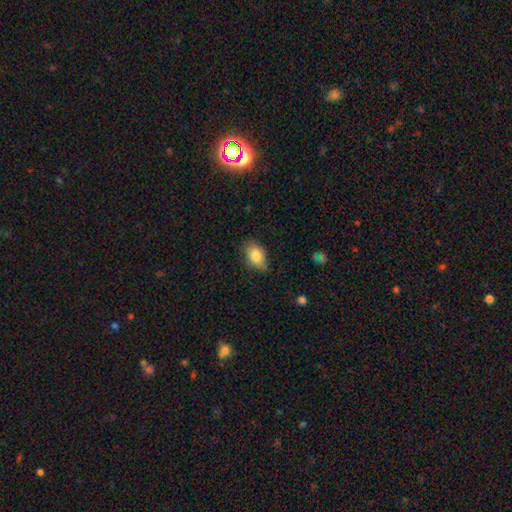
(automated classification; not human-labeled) Smooth or featured: smooth — 83% (featured or disk — 10%)
How rounded: in between — 87% (round — 11%)
Merging: none — 72% (minor disturbance — 23%)